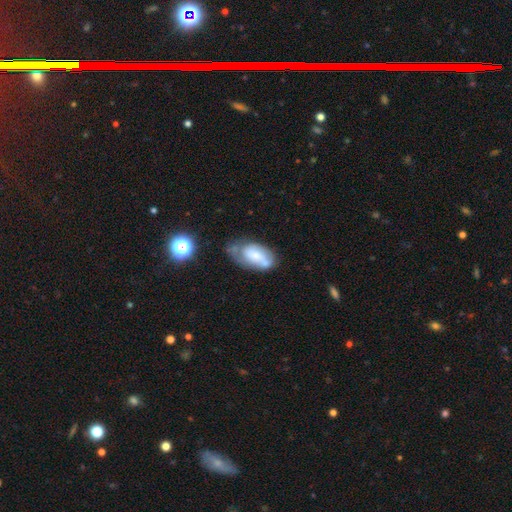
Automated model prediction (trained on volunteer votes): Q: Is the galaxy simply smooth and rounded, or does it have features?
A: smooth — 54%.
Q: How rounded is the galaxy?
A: in between — 92%.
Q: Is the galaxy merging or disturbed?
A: none — 36%.